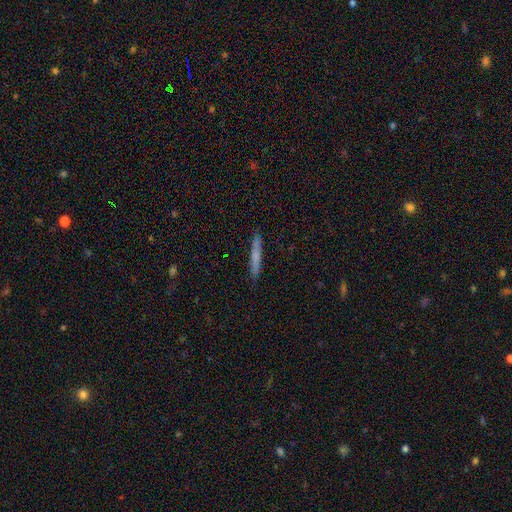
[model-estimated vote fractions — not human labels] Overall: smooth (68%). How rounded: cigar-shaped (95%). Merging: none (91%).